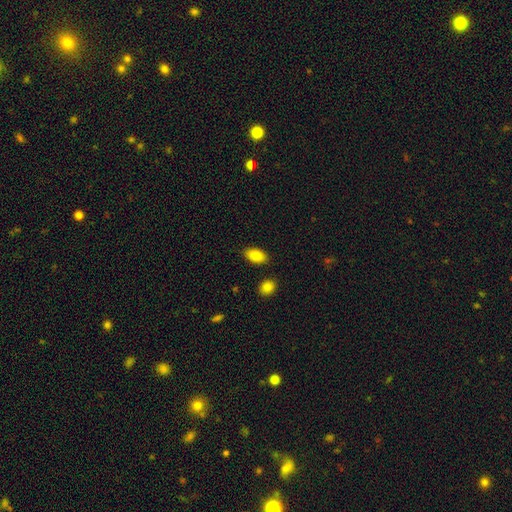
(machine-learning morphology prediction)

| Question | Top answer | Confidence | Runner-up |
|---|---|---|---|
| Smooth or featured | smooth | 87% | star or artifact (7%) |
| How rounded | in between | 93% | round (5%) |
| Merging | none | 85% | minor disturbance (10%) |